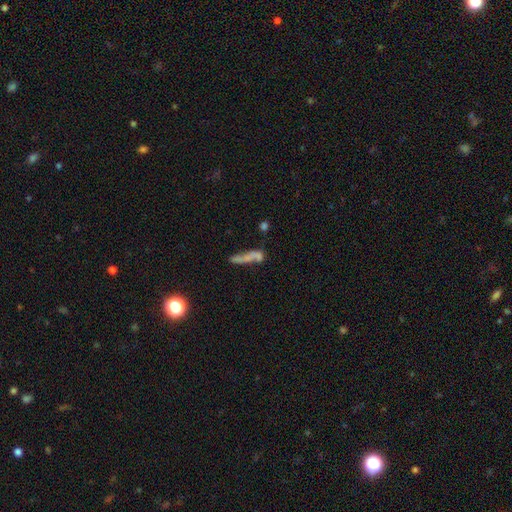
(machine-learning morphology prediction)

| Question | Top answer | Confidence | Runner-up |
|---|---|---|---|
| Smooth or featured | smooth | 47% | featured or disk (37%) |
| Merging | none | 37% | merger (26%) |